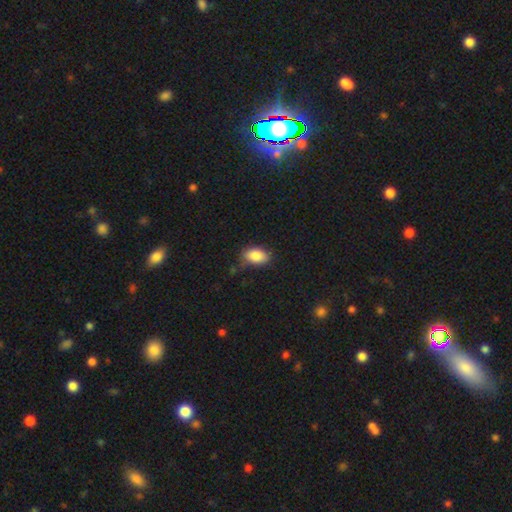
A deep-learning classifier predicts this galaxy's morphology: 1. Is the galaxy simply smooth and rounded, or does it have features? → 86% smooth, 8% star or artifact, 6% featured or disk.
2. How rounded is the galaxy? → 89% in between, 9% round, 2% cigar-shaped.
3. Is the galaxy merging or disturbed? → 73% none, 21% minor disturbance, 4% major disturbance, 2% merger.